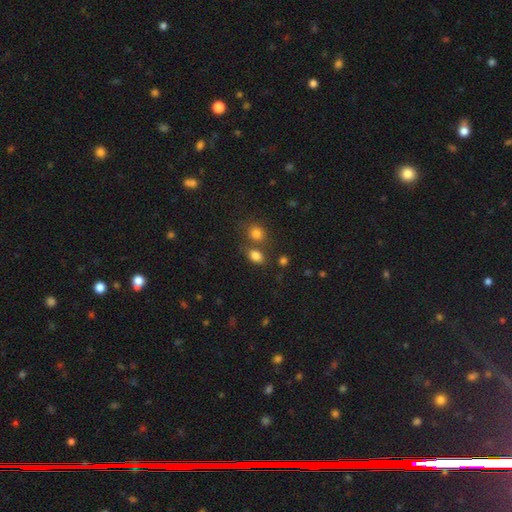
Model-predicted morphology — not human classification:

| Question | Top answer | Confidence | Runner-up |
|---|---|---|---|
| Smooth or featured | smooth | 82% | star or artifact (12%) |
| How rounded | in between | 76% | round (22%) |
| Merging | none | 58% | merger (26%) |